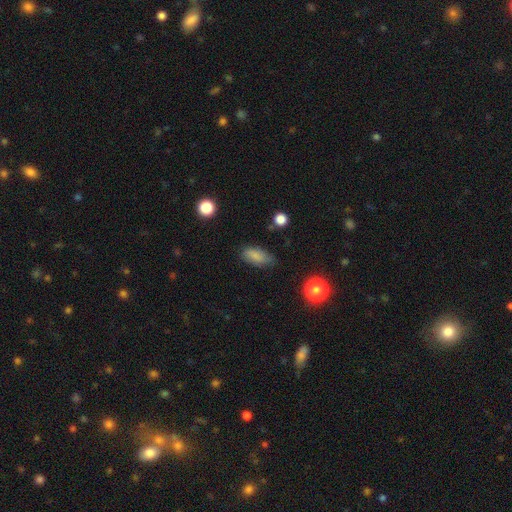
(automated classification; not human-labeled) Morphology: type=smooth (82%); roundness=in between (86%); merging=none (70%).